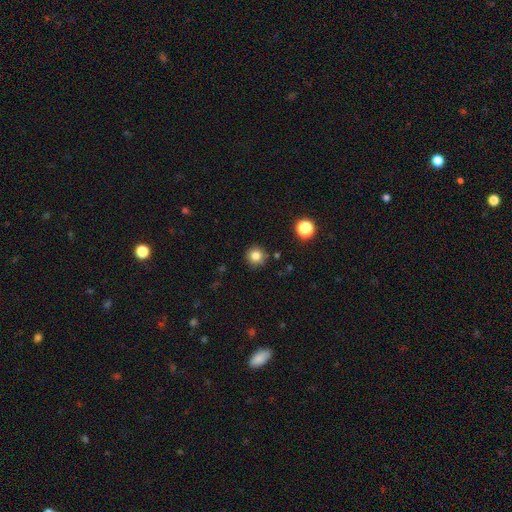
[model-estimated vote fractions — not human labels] The model was most divided on "smooth or featured": smooth: 82%, star or artifact: 12%, featured or disk: 6%. More confident: how rounded — round (93%); merging — none (86%).